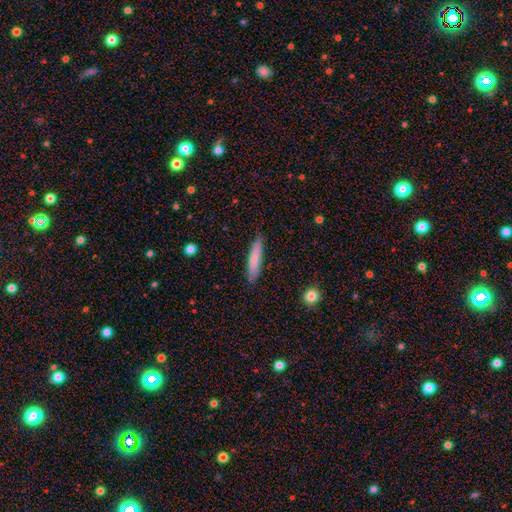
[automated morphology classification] Smooth or featured? smooth (70%)
How rounded? cigar-shaped (92%)
Merging? none (89%)